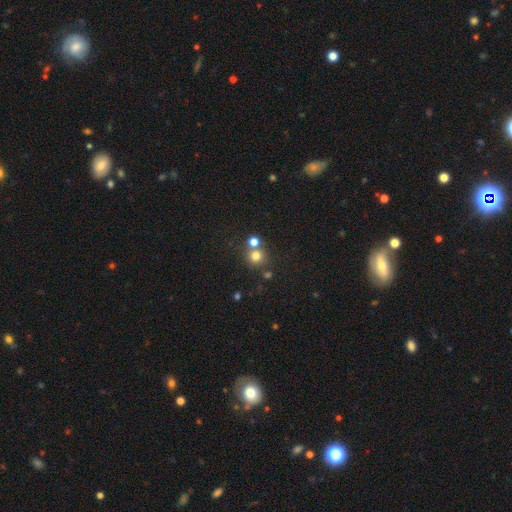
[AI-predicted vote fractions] Morphology: type=smooth (74%); roundness=round (91%); merging=none (63%).